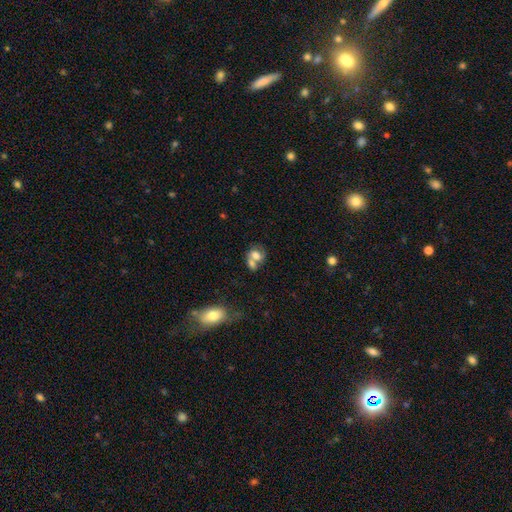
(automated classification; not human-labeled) Smooth or featured?
  - smooth: 64% *
  - featured or disk: 27%
  - star or artifact: 10%
How rounded?
  - in between: 54% *
  - round: 45%
  - cigar-shaped: 1%
Merging?
  - merger: 56% *
  - none: 27%
  - minor disturbance: 11%
  - major disturbance: 7%